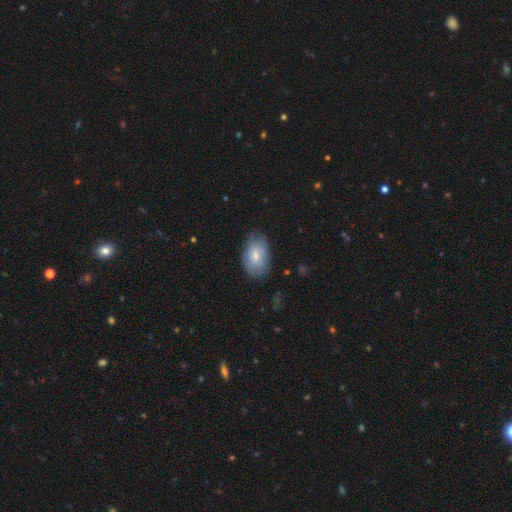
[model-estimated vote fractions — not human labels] A smooth galaxy with no disk features (64%) that is in between round and cigar-shaped (90%).

Vote fractions:
- Smooth or featured? smooth: 64% / featured or disk: 29% / star or artifact: 7%
- How rounded? in between: 90% / round: 9% / cigar-shaped: 1%
- Merging? none: 68% / minor disturbance: 24% / major disturbance: 6% / merger: 1%